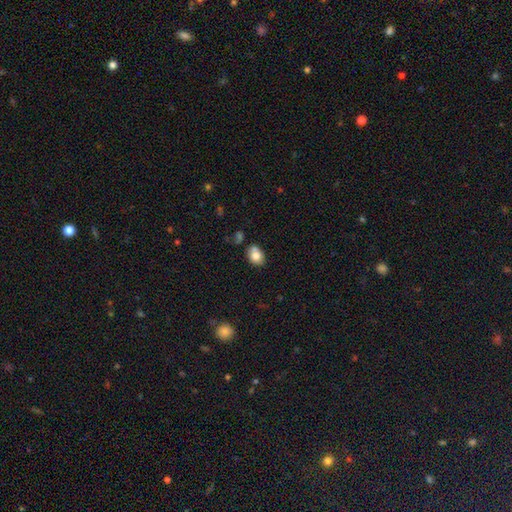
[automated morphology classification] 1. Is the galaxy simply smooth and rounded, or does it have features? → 79% smooth, 11% featured or disk, 10% star or artifact.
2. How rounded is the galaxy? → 51% in between, 48% round, 1% cigar-shaped.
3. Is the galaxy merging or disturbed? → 56% none, 21% merger, 18% minor disturbance, 5% major disturbance.